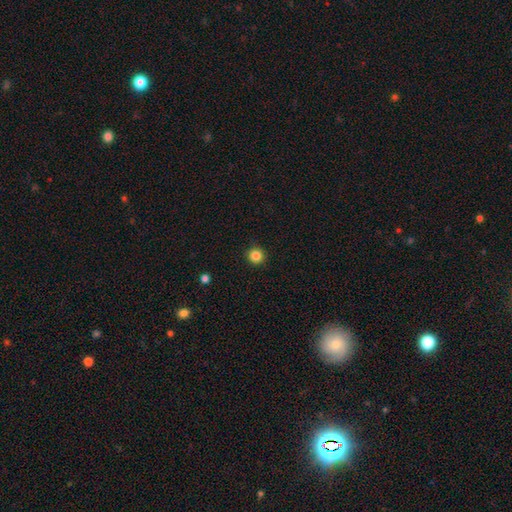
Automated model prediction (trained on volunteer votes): Morphology: type=smooth (85%); roundness=round (94%); merging=none (92%).